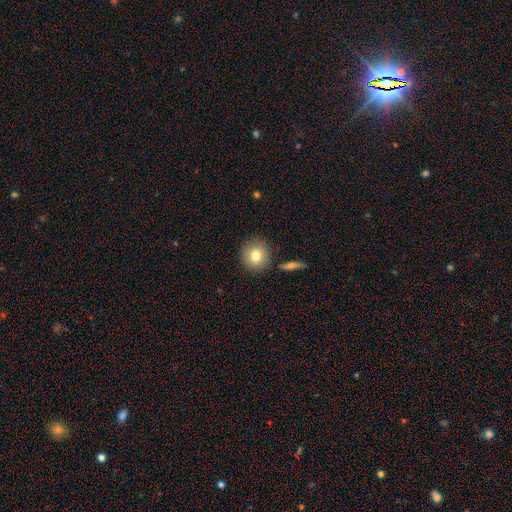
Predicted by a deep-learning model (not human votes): Q: Smooth or featured?
A: smooth (79%); runner-up: featured or disk (11%)
Q: How rounded?
A: round (90%); runner-up: in between (9%)
Q: Merging?
A: none (84%); runner-up: minor disturbance (8%)